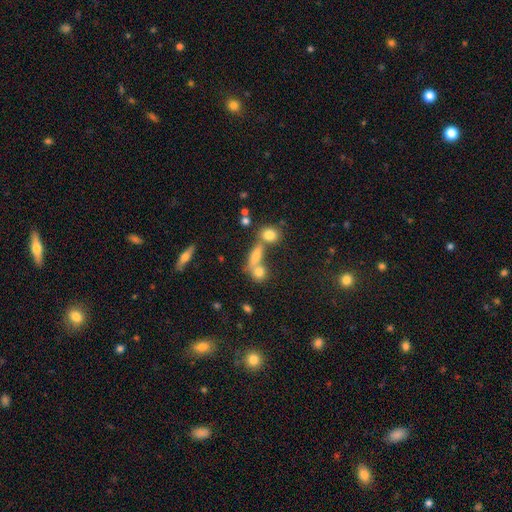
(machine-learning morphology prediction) type=smooth (66%); roundness=in between (46%); merging=none (46%).